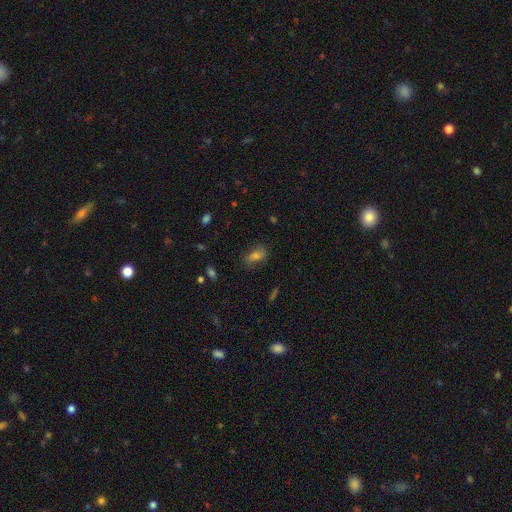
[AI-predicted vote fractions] smooth 64%, star or artifact 20%, featured or disk 16%. Down the decision tree: how rounded — in between (81%); merging — none (72%).